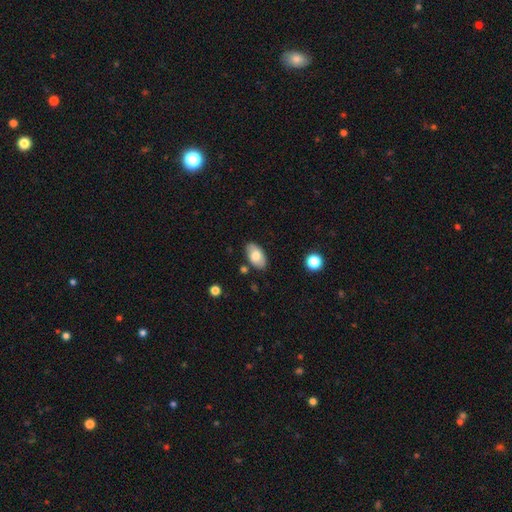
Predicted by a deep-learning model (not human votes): Smooth or featured: smooth — 75% (featured or disk — 19%)
How rounded: in between — 94% (round — 4%)
Merging: none — 82% (minor disturbance — 12%)